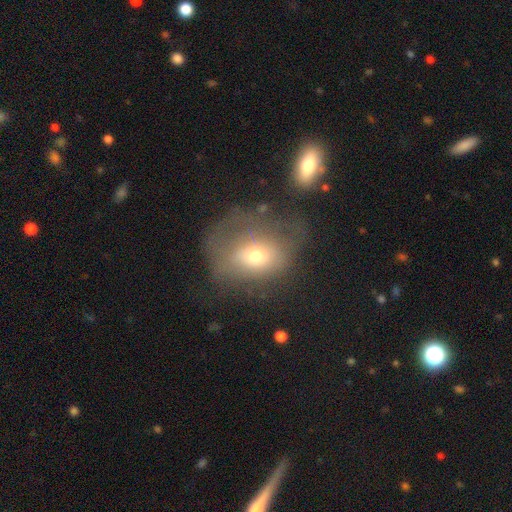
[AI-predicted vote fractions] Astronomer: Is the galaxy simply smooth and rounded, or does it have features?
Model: smooth — 58%.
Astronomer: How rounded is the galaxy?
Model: round — 53% (runner-up: in between, 45%).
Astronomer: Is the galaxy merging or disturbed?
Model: major disturbance — 39% (runner-up: none, 32%).